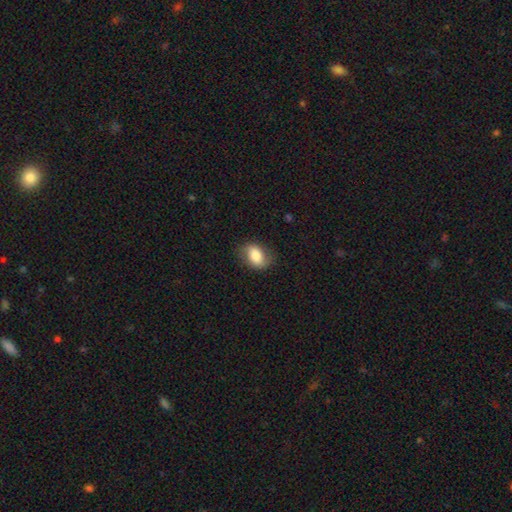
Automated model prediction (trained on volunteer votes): This appears to be a smooth galaxy with no disk features (74%) that is in between round and cigar-shaped (79%). Merging: none (75%).